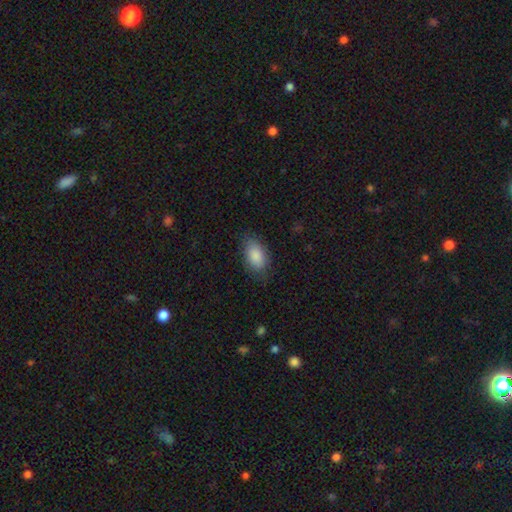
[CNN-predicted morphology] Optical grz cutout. It shows a smooth galaxy with no disk features (88%) that is in between round and cigar-shaped (93%). Merging: none (78%).